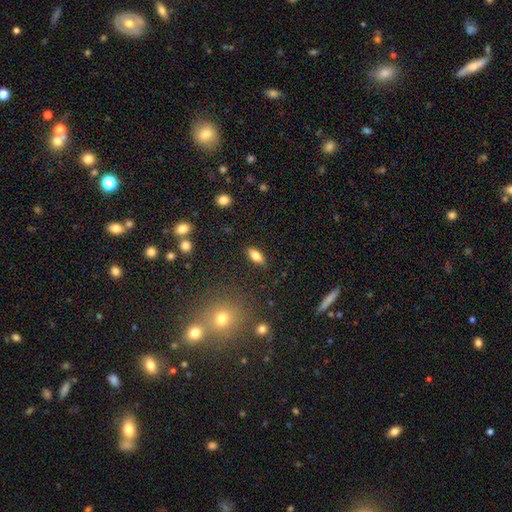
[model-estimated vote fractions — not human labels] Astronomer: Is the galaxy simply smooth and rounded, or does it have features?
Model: smooth — 80%.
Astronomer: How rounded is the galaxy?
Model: in between — 84%.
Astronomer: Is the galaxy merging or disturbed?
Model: none — 88%.